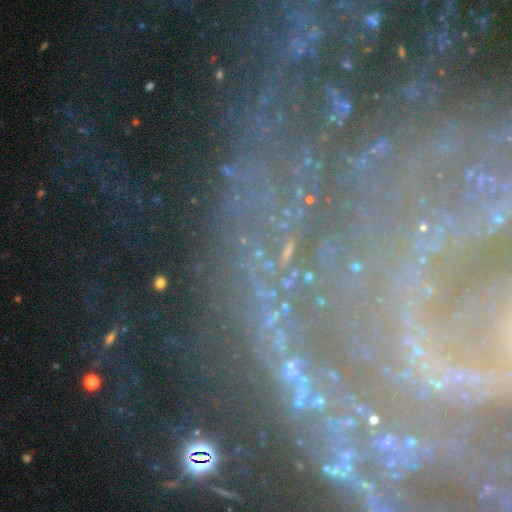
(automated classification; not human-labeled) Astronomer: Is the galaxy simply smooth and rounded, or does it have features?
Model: star or artifact — 61%.